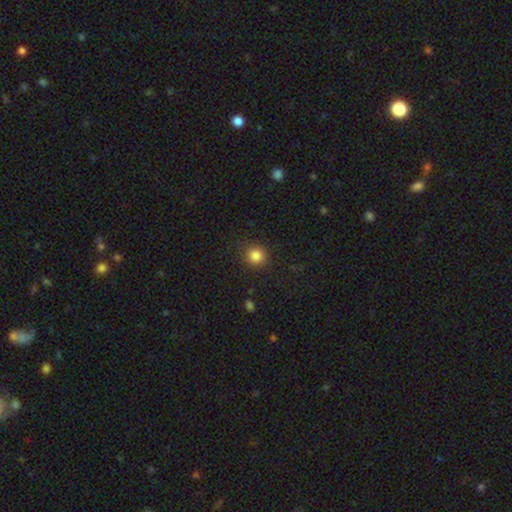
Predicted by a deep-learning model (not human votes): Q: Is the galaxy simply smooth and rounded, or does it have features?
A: smooth — 84%.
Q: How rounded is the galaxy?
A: round — 91%.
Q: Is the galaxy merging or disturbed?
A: none — 89%.